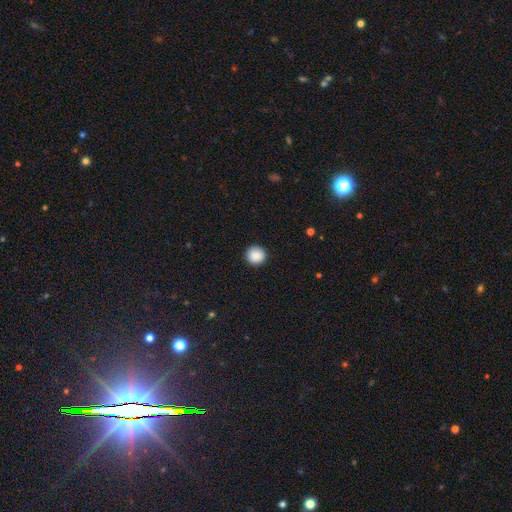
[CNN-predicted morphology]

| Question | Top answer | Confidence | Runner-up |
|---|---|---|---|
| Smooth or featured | smooth | 89% | star or artifact (8%) |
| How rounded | round | 95% | in between (4%) |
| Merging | none | 93% | minor disturbance (5%) |